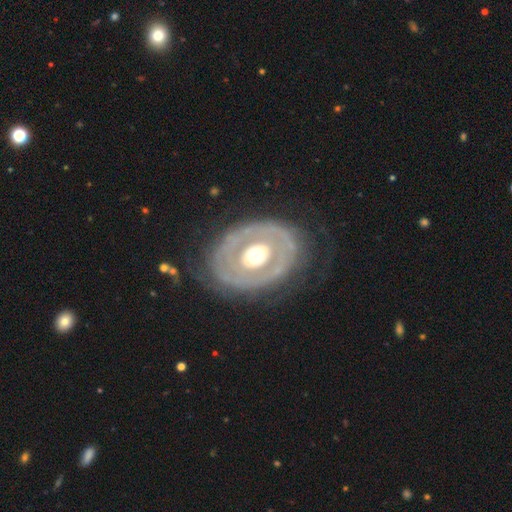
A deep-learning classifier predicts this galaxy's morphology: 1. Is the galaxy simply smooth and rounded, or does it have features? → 70% featured or disk, 24% smooth, 6% star or artifact.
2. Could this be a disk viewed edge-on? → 93% no, 7% yes.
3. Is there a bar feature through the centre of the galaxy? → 74% no, 17% weak, 9% strong.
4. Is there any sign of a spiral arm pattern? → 72% no, 28% yes.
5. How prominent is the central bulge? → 67% moderate, 23% large, 8% small, 2% dominant, 1% none.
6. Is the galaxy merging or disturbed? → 78% none, 14% minor disturbance, 6% major disturbance, 2% merger.